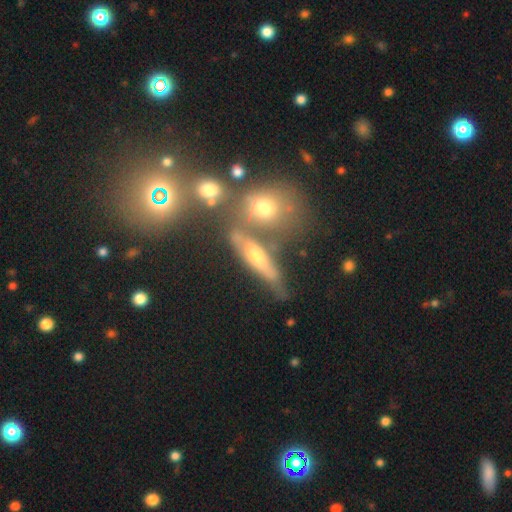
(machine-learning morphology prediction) featured or disk 47%, smooth 33%, star or artifact 20%. Down the decision tree: merging — none (59%).